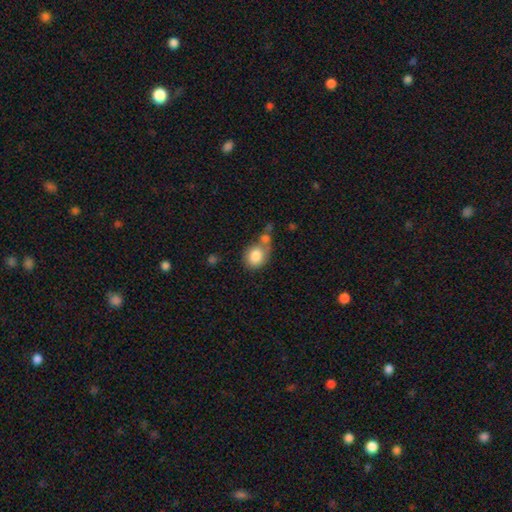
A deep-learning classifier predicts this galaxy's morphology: This is clearly a smooth galaxy (83%). How rounded: likely round (60%). Merging: marginally none (41%).